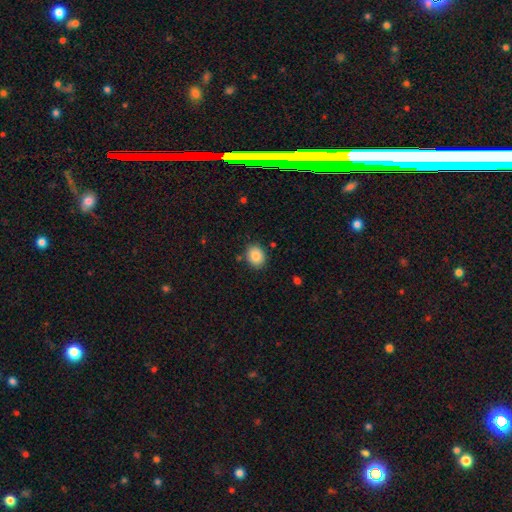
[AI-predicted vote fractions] Smooth or featured: smooth — 87% (star or artifact — 8%)
How rounded: round — 57% (in between — 42%)
Merging: none — 86% (minor disturbance — 9%)